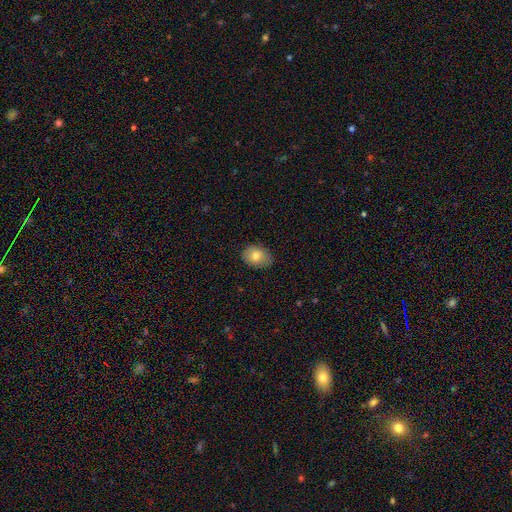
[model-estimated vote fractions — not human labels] smooth-or-featured: smooth: 78% | featured or disk: 14% | star or artifact: 8%
  how-rounded: in between: 72% | round: 27% | cigar-shaped: 1%
  merging: none: 81% | minor disturbance: 15% | major disturbance: 3% | merger: 1%